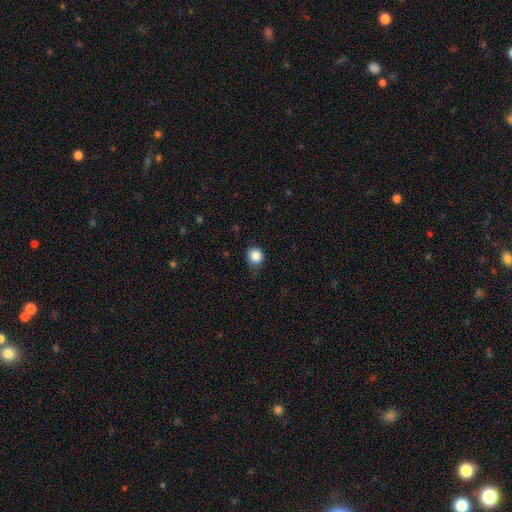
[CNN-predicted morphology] type=smooth (85%); roundness=round (85%); merging=none (74%).